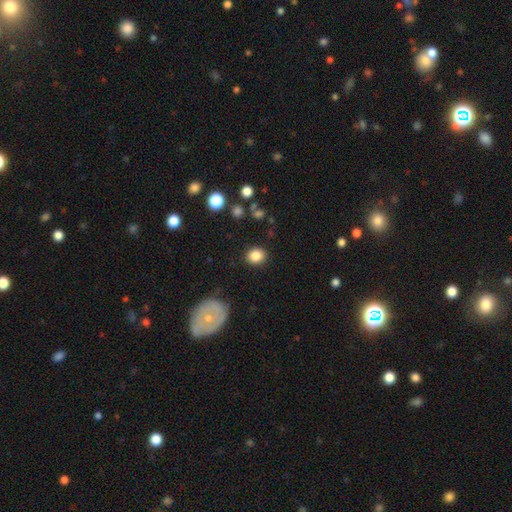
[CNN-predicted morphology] Smooth or featured? Predicted: smooth (p=0.85). How rounded? Predicted: round (p=0.67). Merging? Predicted: none (p=0.88).